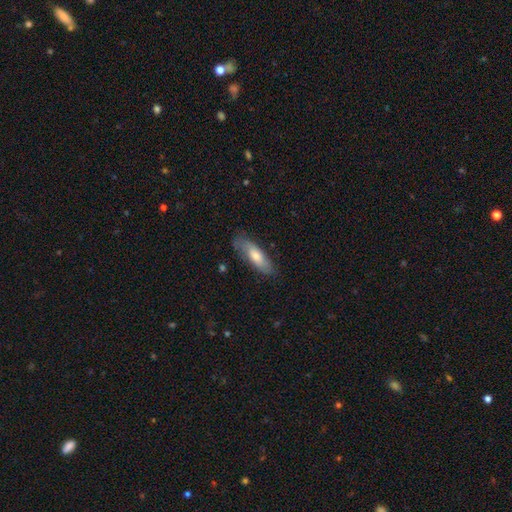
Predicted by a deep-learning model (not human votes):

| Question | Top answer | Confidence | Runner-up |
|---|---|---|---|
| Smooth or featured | smooth | 64% | featured or disk (30%) |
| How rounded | cigar-shaped | 49% | tied: in between (49%) |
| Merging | none | 76% | minor disturbance (18%) |